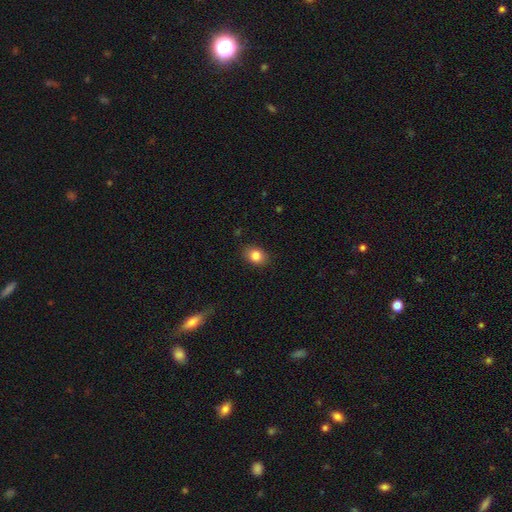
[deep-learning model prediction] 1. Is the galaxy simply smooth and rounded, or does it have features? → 84% smooth, 9% star or artifact, 7% featured or disk.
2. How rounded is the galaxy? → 61% in between, 38% round, 1% cigar-shaped.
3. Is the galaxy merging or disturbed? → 87% none, 9% minor disturbance, 2% major disturbance, 1% merger.